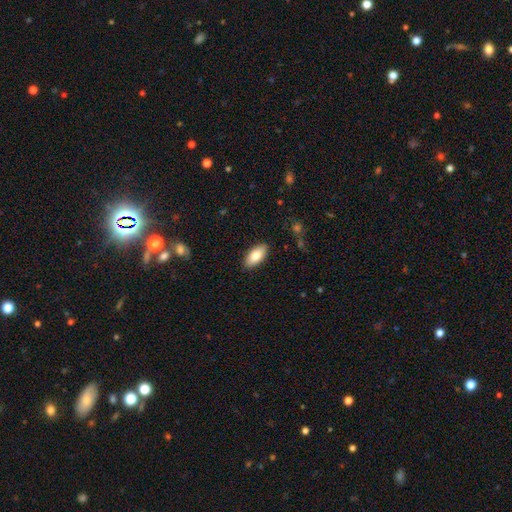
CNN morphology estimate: Smooth or featured?
  - smooth: 81% *
  - featured or disk: 13%
  - star or artifact: 6%
How rounded?
  - in between: 90% *
  - cigar-shaped: 7%
  - round: 2%
Merging?
  - none: 88% *
  - minor disturbance: 9%
  - major disturbance: 2%
  - merger: 1%